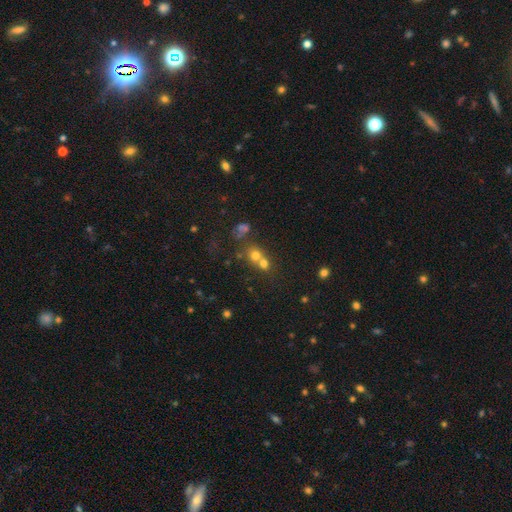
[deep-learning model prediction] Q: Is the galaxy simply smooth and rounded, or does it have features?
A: smooth — 64%.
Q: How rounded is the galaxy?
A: round — 81%.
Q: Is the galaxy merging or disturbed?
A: merger — 52%.